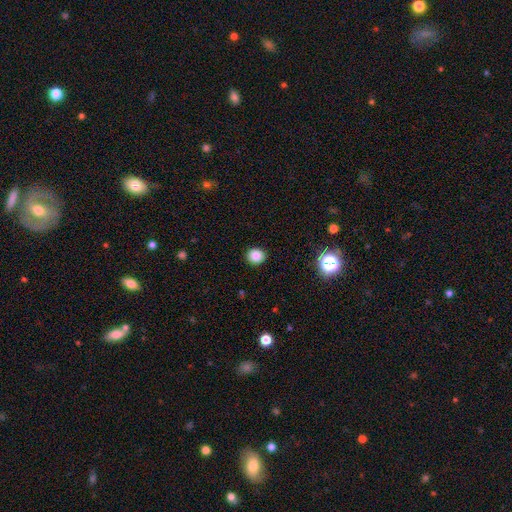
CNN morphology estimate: Overall: smooth (83%). How rounded: round (87%). Merging: none (92%).